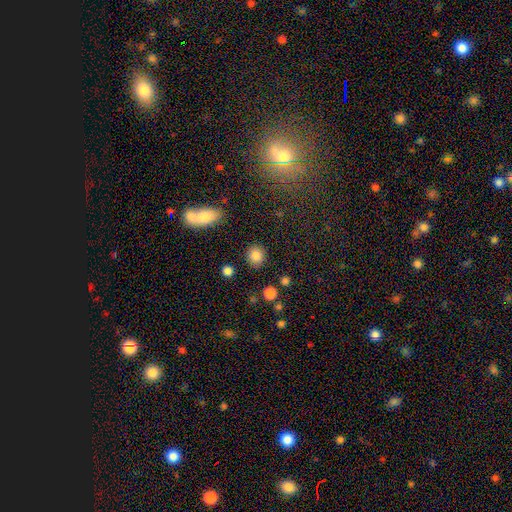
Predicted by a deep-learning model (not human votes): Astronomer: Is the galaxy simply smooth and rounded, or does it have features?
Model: smooth — 85%.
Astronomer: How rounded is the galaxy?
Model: round — 78%.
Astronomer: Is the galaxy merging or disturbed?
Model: none — 88%.